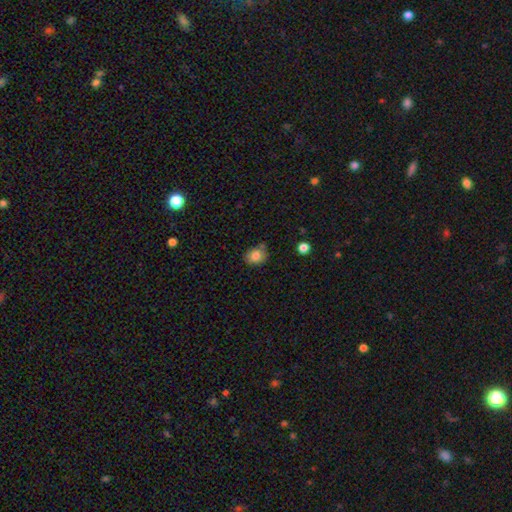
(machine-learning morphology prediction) This is clearly a smooth galaxy (82%). How rounded: possibly round (51%). Merging: likely none (67%).